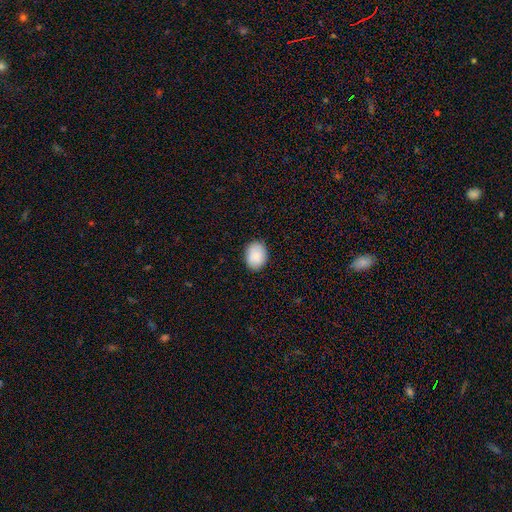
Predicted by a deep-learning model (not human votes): Q: Smooth or featured?
A: smooth (88%); runner-up: star or artifact (7%)
Q: How rounded?
A: in between (65%); runner-up: round (34%)
Q: Merging?
A: none (86%); runner-up: minor disturbance (11%)